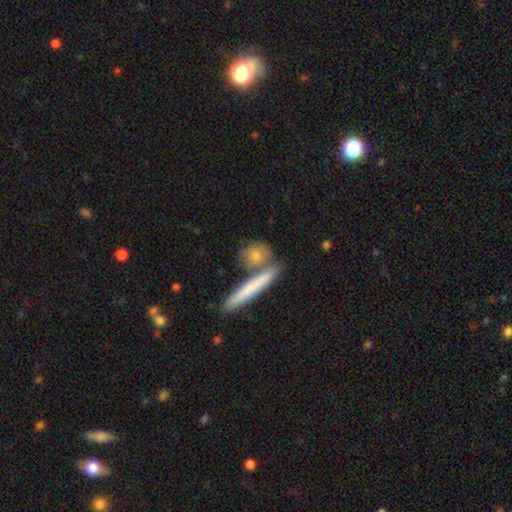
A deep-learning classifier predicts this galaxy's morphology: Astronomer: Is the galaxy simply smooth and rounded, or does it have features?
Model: smooth — 69%.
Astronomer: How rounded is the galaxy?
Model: cigar-shaped — 41% (runner-up: round, 35%).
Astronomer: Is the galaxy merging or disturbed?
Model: none — 60%.